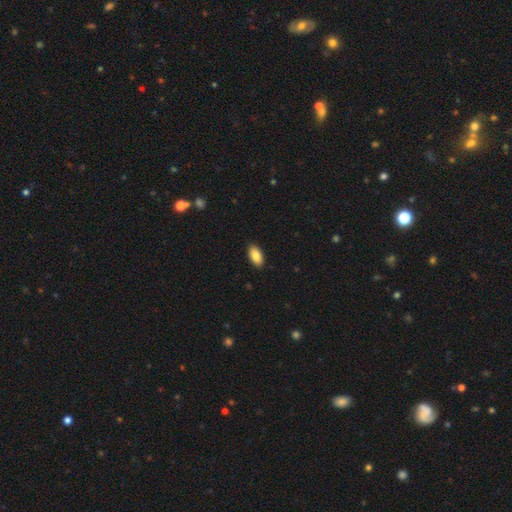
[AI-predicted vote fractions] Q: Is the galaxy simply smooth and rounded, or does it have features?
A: smooth — 87%.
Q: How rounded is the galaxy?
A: in between — 94%.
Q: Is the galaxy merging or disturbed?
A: none — 90%.